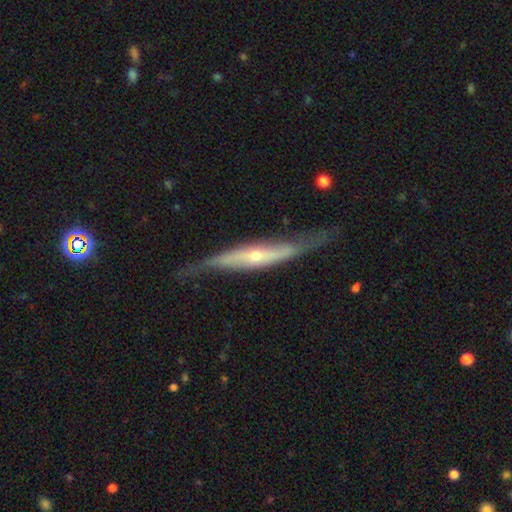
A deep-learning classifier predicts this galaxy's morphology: The model was most divided on "merging": none: 63%, minor disturbance: 25%, major disturbance: 10%, merger: 2%. More confident: edge-on bulge — rounded (75%); smooth or featured — featured or disk (75%); edge-on disk — yes (69%).